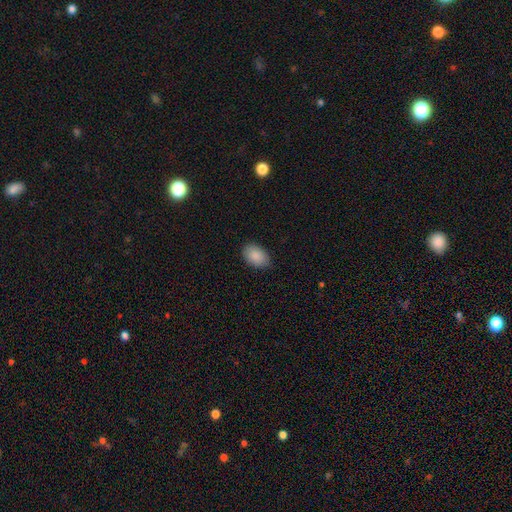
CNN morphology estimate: Q: Smooth or featured?
A: smooth (89%); runner-up: star or artifact (7%)
Q: How rounded?
A: in between (90%); runner-up: round (9%)
Q: Merging?
A: none (85%); runner-up: minor disturbance (12%)